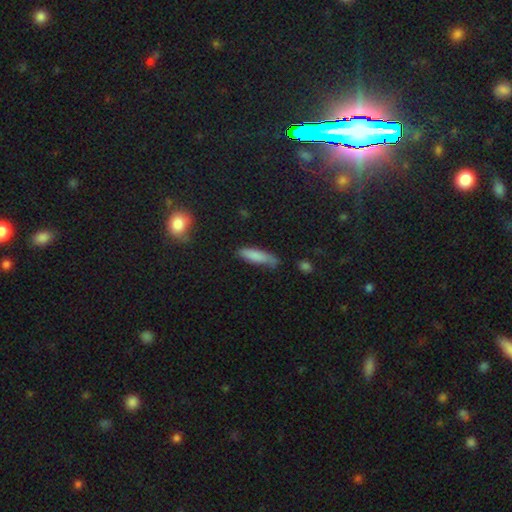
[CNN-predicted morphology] Smooth or featured? Predicted: smooth (p=0.82). How rounded? Predicted: cigar-shaped (p=0.68). Merging? Predicted: none (p=0.60).